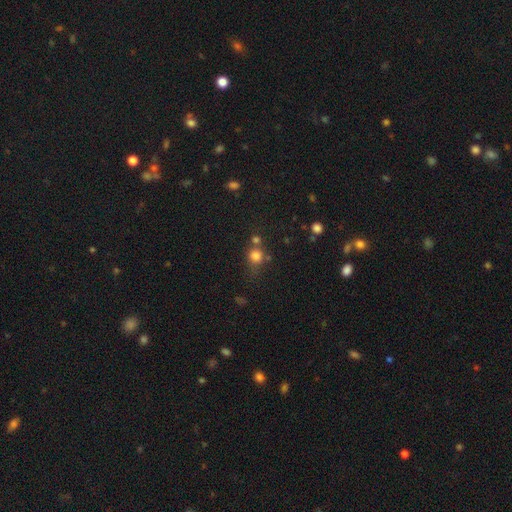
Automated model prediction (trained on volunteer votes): A smooth galaxy with no disk features (78%) that is round (85%).

Vote fractions:
- Smooth or featured? smooth: 78% / star or artifact: 14% / featured or disk: 8%
- How rounded? round: 85% / in between: 14% / cigar-shaped: 1%
- Merging? none: 56% / merger: 25% / minor disturbance: 13% / major disturbance: 6%